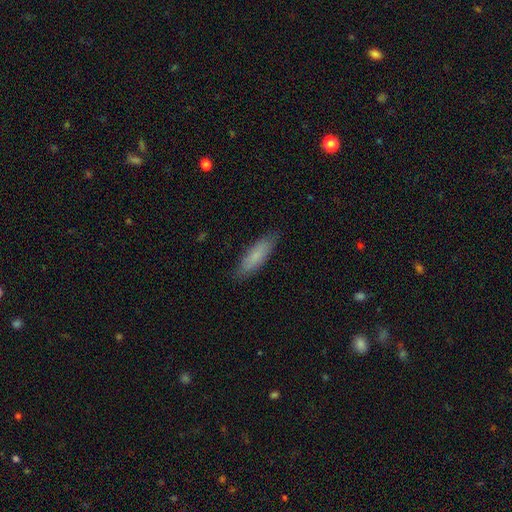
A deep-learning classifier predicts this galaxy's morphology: A smooth galaxy with no disk features (79%) that is cigar-shaped (61%).

Vote fractions:
- Smooth or featured? smooth: 79% / featured or disk: 15% / star or artifact: 6%
- How rounded? cigar-shaped: 61% / in between: 38% / round: 1%
- Merging? none: 85% / minor disturbance: 11% / major disturbance: 2% / merger: 1%